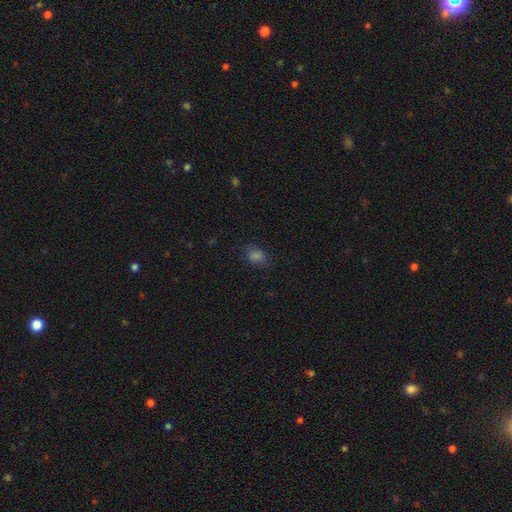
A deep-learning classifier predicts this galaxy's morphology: This is likely a smooth galaxy (76%). How rounded: likely in between (78%). Merging: likely none (77%).